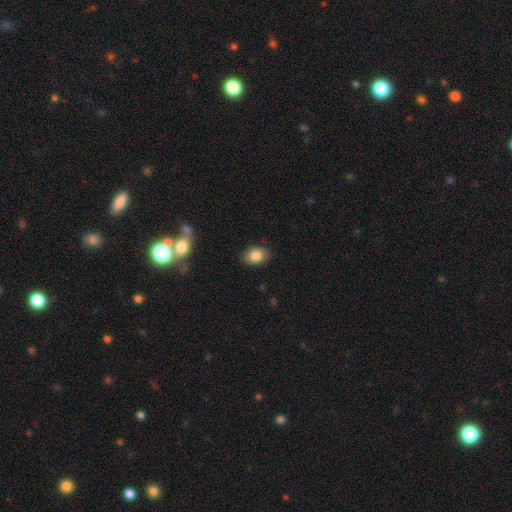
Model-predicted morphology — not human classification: type=smooth (85%); roundness=in between (77%); merging=none (86%).